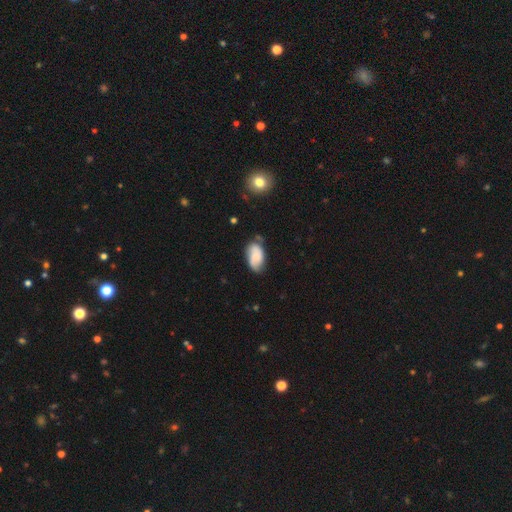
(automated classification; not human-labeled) Overall: smooth (59%; featured or disk 33%). How rounded: in between (93%). Merging: none (62%; minor disturbance 27%).